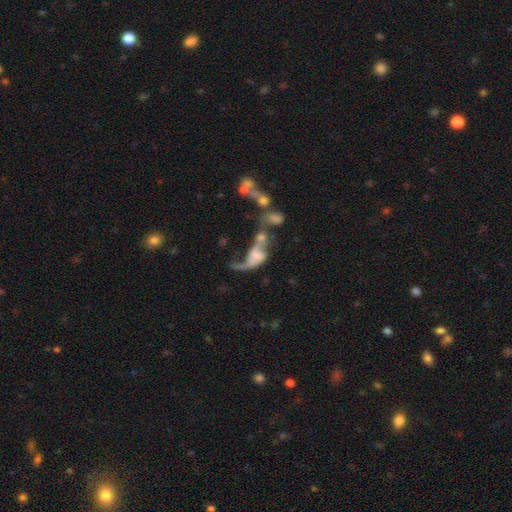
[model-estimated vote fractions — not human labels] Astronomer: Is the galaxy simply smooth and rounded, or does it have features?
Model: featured or disk — 57%.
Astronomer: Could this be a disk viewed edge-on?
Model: no — 95%.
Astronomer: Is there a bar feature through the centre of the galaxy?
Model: no — 69%.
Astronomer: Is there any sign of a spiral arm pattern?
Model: yes — 56% (runner-up: no, 44%).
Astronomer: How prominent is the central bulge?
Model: none — 53%.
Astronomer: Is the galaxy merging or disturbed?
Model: merger — 55%.